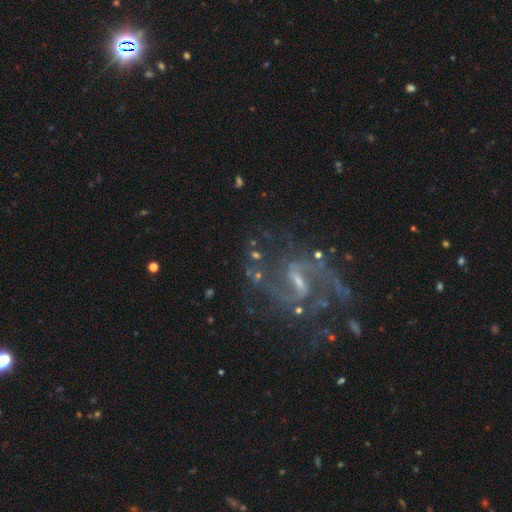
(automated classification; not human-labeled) The model was most divided on "bar": weak: 47%, strong: 41%, no: 12%. More confident: edge-on disk — no (97%); spiral arms — yes (95%); smooth or featured — featured or disk (86%); spiral arm count — 2 (83%); merging — none (63%); bulge size — small (58%); spiral winding — medium (51%).